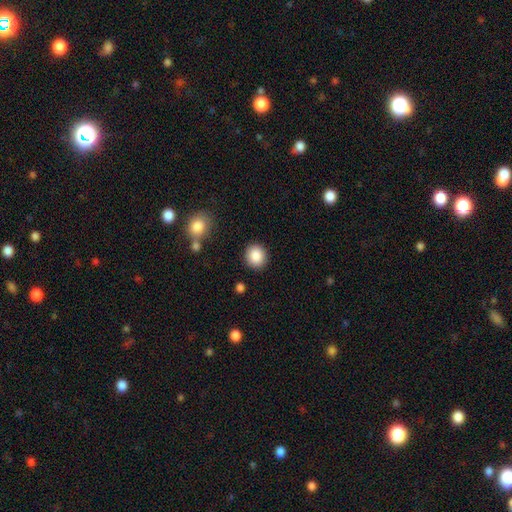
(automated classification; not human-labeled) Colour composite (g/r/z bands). It shows a smooth galaxy with no disk features (88%) that is round (81%). Merging: none (89%).